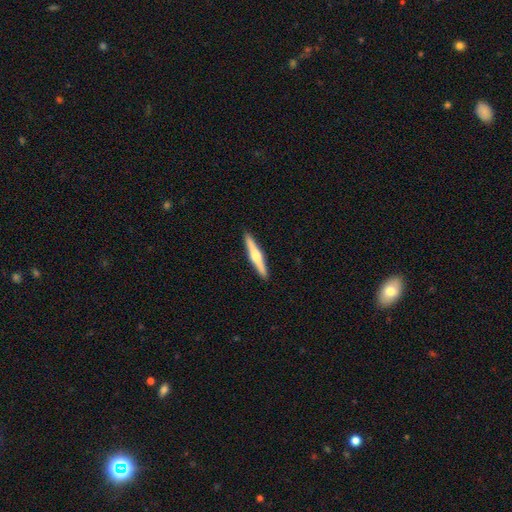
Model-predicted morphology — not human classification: Smooth or featured: featured or disk — 65% (smooth — 31%)
Edge-on disk: yes — 98% (no — 2%)
Edge-on bulge: rounded — 90% (boxy — 5%)
Merging: none — 92% (minor disturbance — 5%)